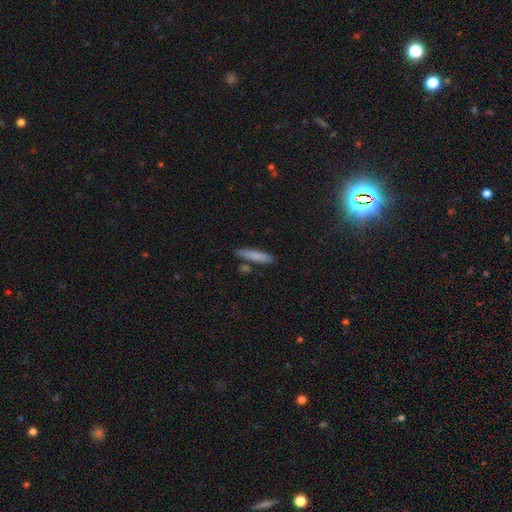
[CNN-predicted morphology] This appears to be a smooth galaxy with no disk features (79%) that is cigar-shaped (85%). Merging: none (81%).